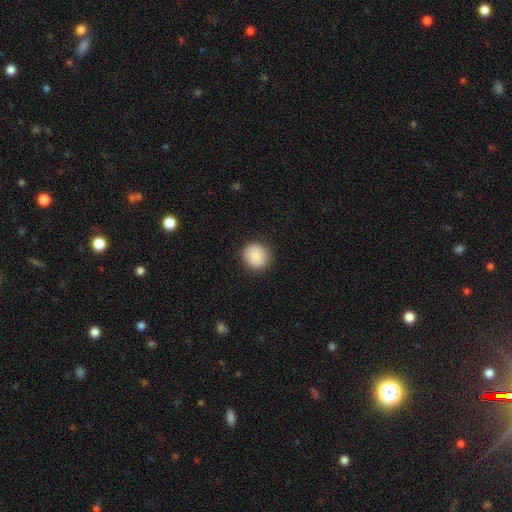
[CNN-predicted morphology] Overall: smooth (87%). How rounded: round (90%). Merging: none (89%).